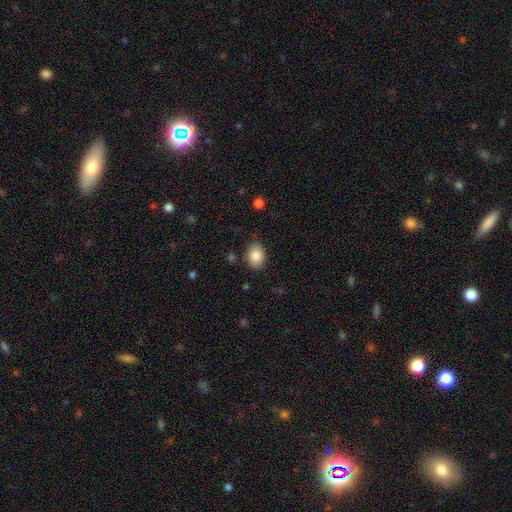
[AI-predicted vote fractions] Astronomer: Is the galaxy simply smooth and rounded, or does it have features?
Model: smooth — 86%.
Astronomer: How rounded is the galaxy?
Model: in between — 68%.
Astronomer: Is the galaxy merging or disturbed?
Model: none — 83%.